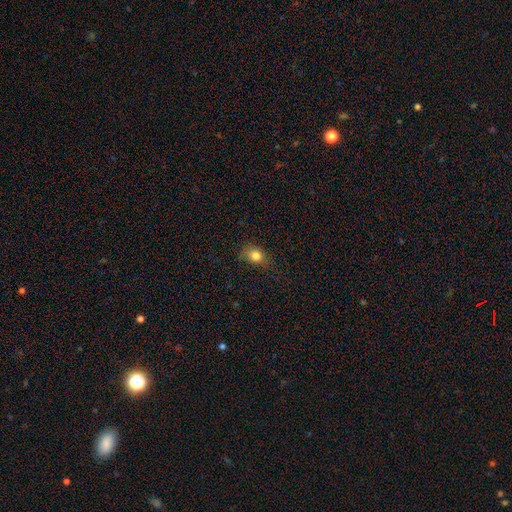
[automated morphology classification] Smooth or featured?
  - smooth: 82% *
  - star or artifact: 11%
  - featured or disk: 7%
How rounded?
  - in between: 51% *
  - round: 47%
  - cigar-shaped: 1%
Merging?
  - none: 71% *
  - minor disturbance: 21%
  - major disturbance: 6%
  - merger: 1%